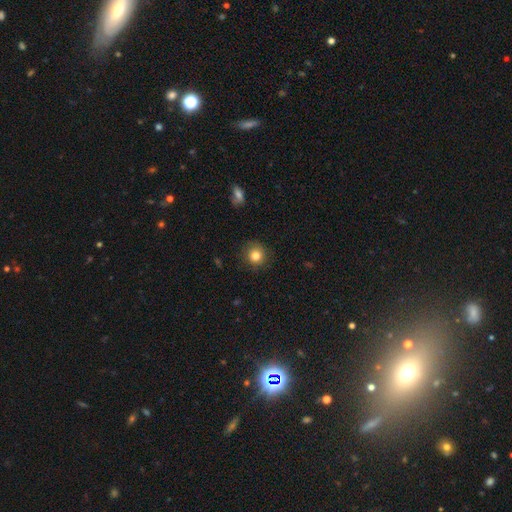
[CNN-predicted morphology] Smooth or featured?
  - smooth: 83% *
  - star or artifact: 11%
  - featured or disk: 6%
How rounded?
  - round: 91% *
  - in between: 8%
  - cigar-shaped: 1%
Merging?
  - none: 87% *
  - minor disturbance: 9%
  - major disturbance: 3%
  - merger: 1%